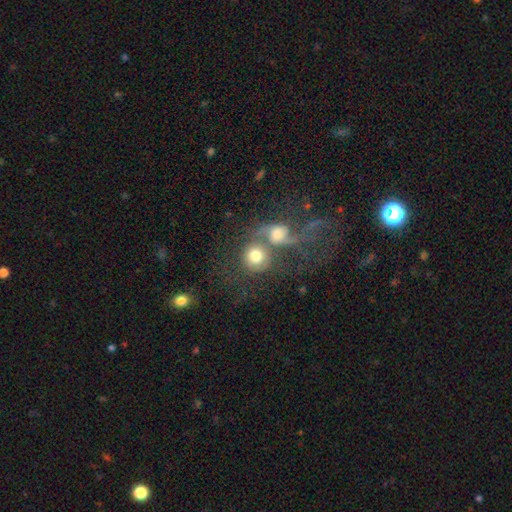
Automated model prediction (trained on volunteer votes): This is likely a smooth galaxy (61%). How rounded: clearly round (84%). Merging: possibly merger (58%).